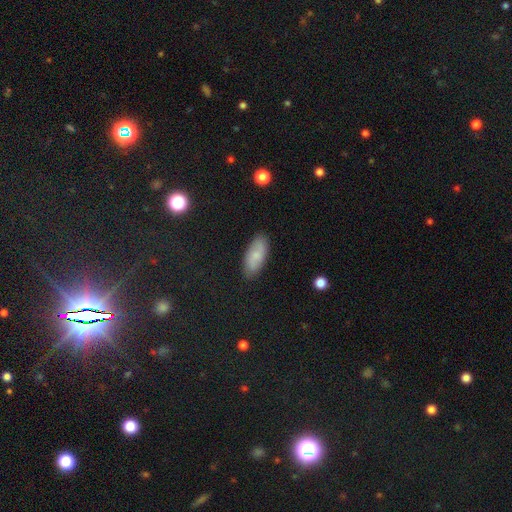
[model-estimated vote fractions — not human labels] Smooth or featured? smooth (69%)
How rounded? in between (85%)
Merging? none (84%)